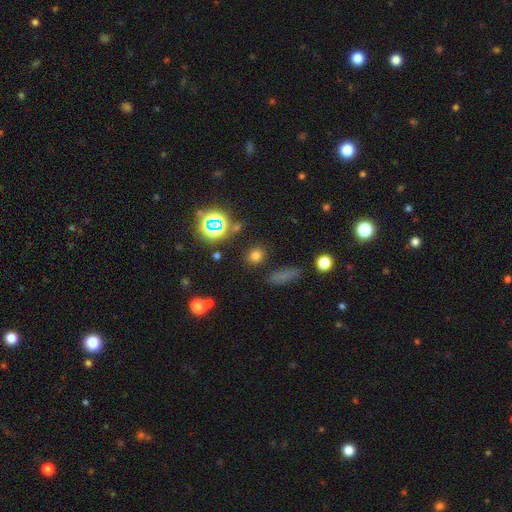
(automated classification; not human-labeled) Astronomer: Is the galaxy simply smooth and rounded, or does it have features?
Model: smooth — 71%.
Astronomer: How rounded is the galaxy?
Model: round — 76%.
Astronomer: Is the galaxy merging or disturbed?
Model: none — 86%.